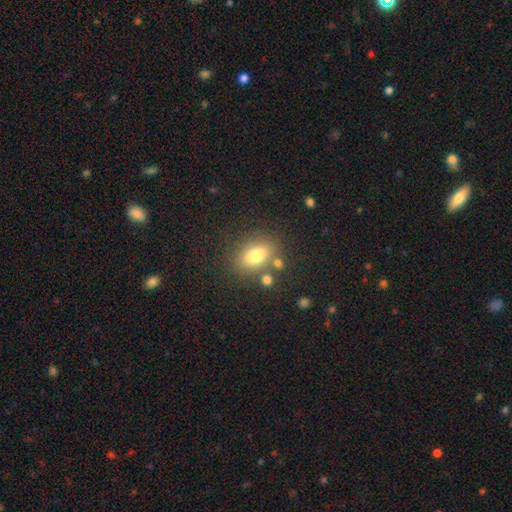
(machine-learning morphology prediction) Overall: smooth (78%). How rounded: in between (79%). Merging: none (73%).